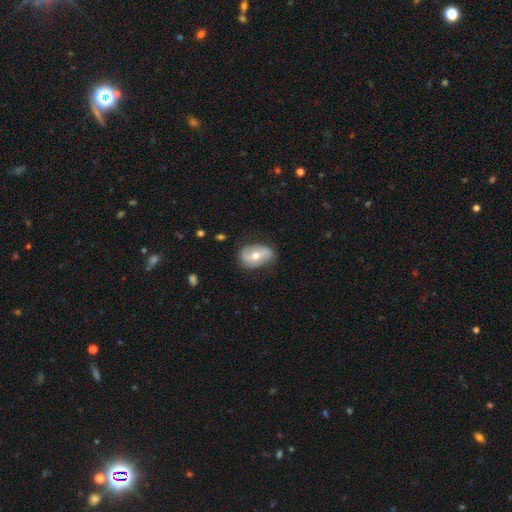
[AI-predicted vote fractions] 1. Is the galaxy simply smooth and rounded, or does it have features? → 52% featured or disk, 42% smooth, 6% star or artifact.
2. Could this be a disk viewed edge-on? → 94% no, 6% yes.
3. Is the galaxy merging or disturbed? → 71% none, 22% minor disturbance, 6% major disturbance, 1% merger.